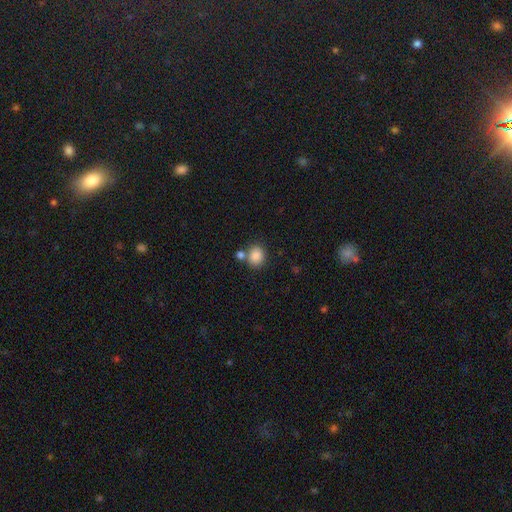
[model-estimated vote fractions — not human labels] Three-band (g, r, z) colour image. It shows a smooth galaxy with no disk features (86%) that is round (68%). Merging: none (65%).